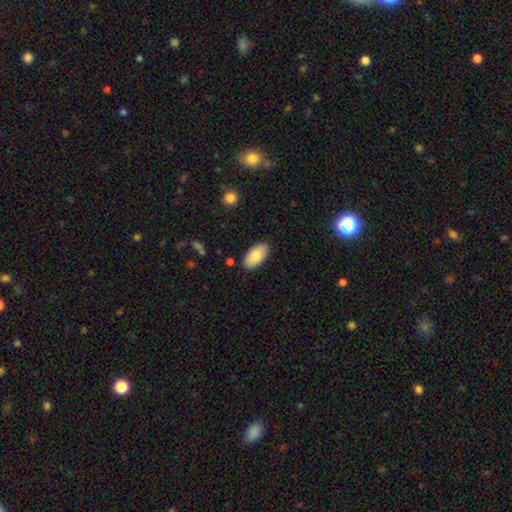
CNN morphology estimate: smooth 83%, featured or disk 12%, star or artifact 6%. Down the decision tree: how rounded — in between (95%); merging — none (87%).